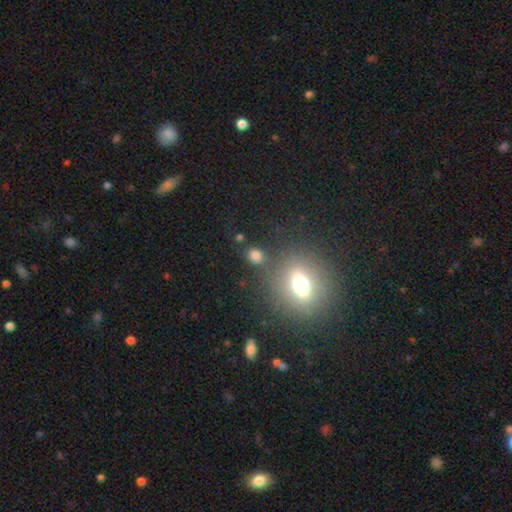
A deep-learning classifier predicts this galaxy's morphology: Smooth or featured: smooth — 71% (star or artifact — 20%)
How rounded: round — 55% (in between — 42%)
Merging: none — 71% (merger — 13%)